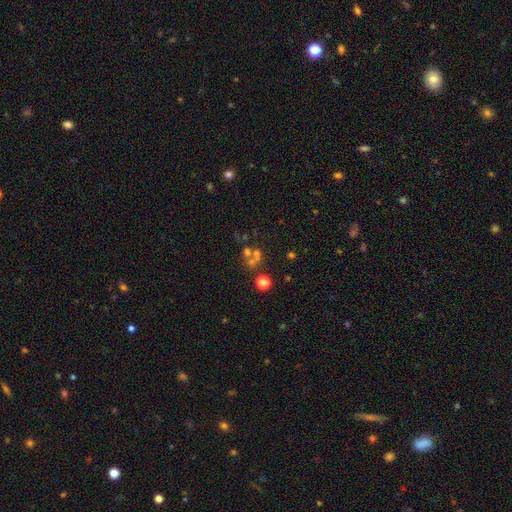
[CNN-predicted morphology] Smooth or featured?
  - star or artifact: 45% *
  - smooth: 35%
  - featured or disk: 20%